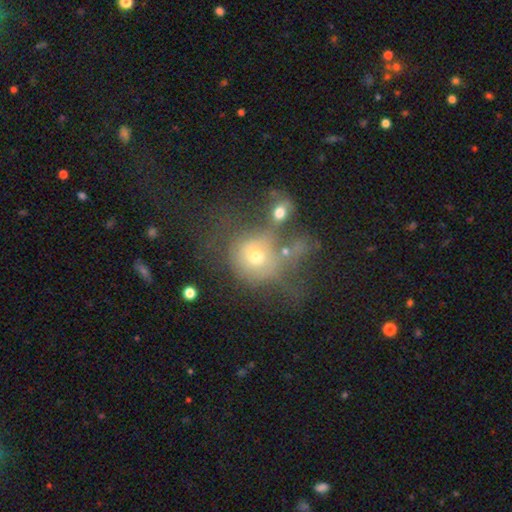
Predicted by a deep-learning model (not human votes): A smooth galaxy with no disk features (58%) that is round (81%). Merging: merger (37%).